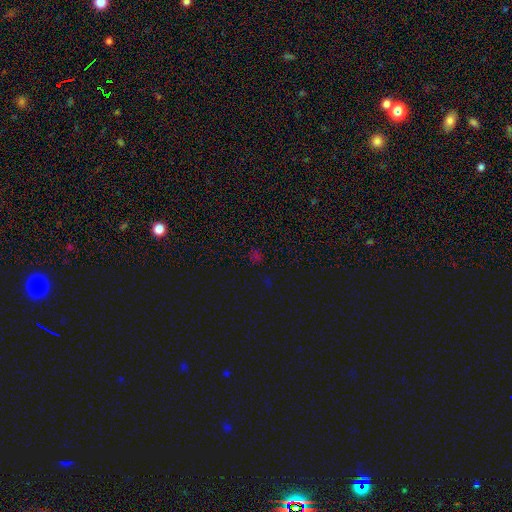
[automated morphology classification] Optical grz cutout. It shows a star or artifact, not a galaxy (56%).